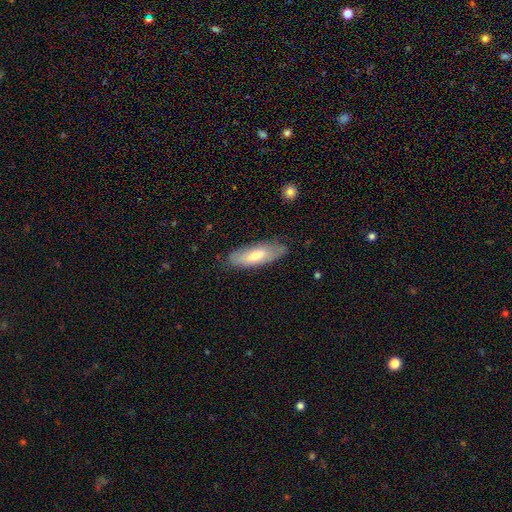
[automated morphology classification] The model was most divided on "how rounded": in between: 60%, cigar-shaped: 38%, round: 2%. More confident: merging — none (80%); smooth or featured — smooth (67%).